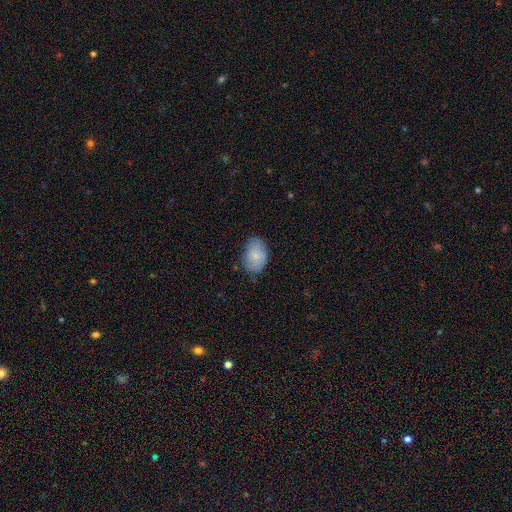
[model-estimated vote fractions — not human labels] Smooth or featured? smooth (81%)
How rounded? in between (87%)
Merging? none (71%)